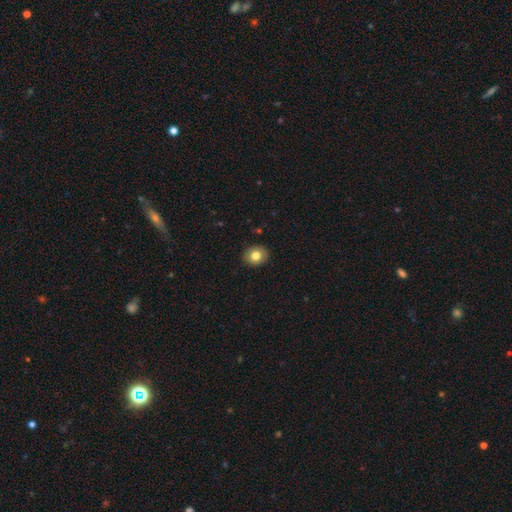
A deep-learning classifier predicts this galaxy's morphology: This appears to be a smooth galaxy with no disk features (79%) that is round (64%). Merging: none (90%).